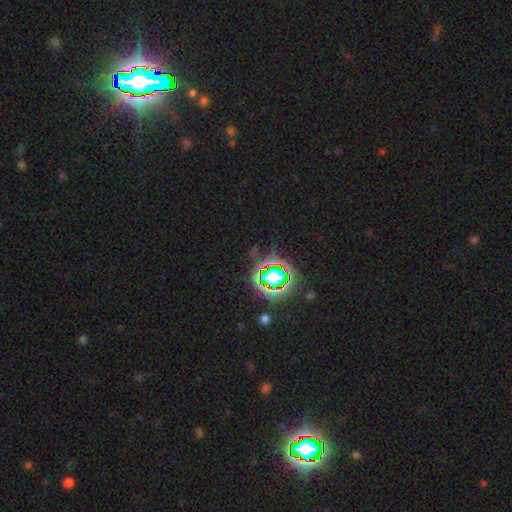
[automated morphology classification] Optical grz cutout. It shows a star or artifact, not a galaxy (77%).